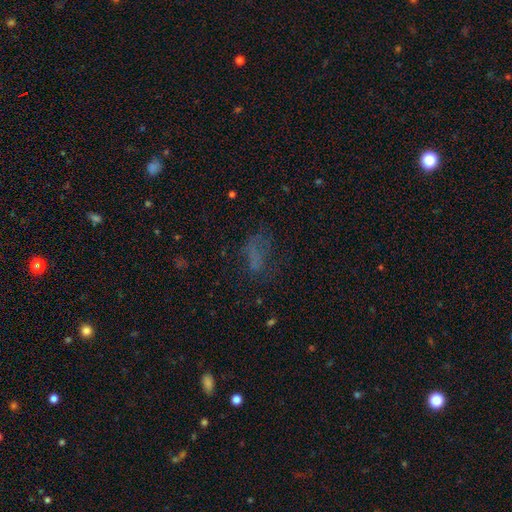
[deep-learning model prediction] Smooth or featured? Predicted: smooth (p=0.49). Merging? Predicted: none (p=0.45).